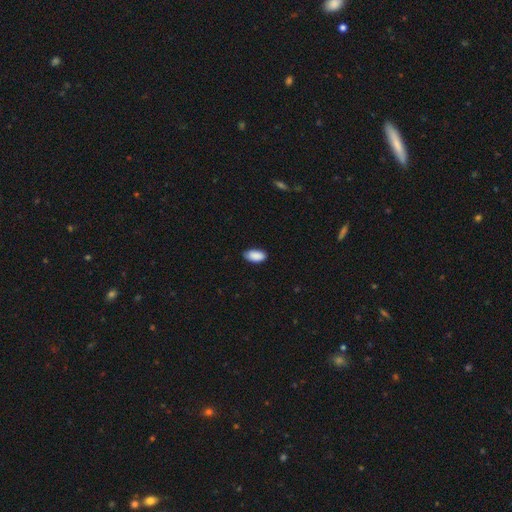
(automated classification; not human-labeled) Smooth or featured?
  - smooth: 90% *
  - star or artifact: 7%
  - featured or disk: 3%
How rounded?
  - in between: 95% *
  - round: 3%
  - cigar-shaped: 2%
Merging?
  - none: 83% *
  - minor disturbance: 14%
  - major disturbance: 2%
  - merger: 1%